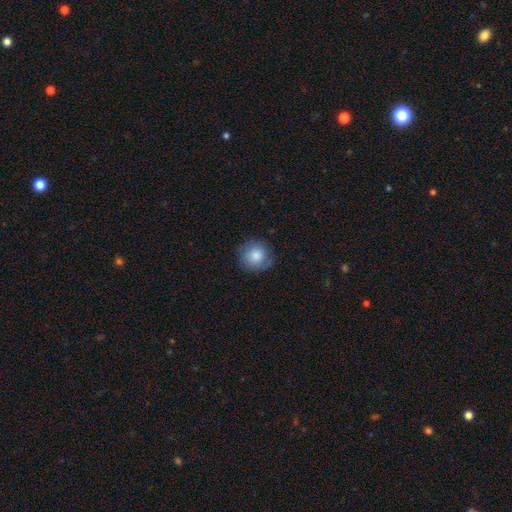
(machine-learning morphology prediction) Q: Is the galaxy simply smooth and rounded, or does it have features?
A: smooth — 77%.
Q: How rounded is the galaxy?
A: round — 90%.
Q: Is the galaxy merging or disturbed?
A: none — 78%.